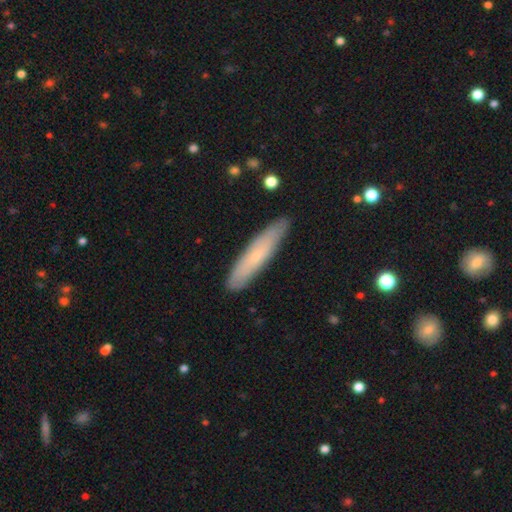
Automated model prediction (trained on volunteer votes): Morphology: type=smooth (59%); roundness=cigar-shaped (87%); merging=none (88%).